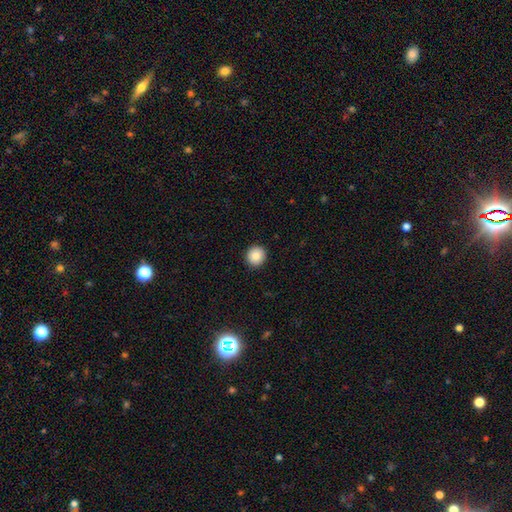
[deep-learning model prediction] smooth-or-featured: smooth: 87% | star or artifact: 9% | featured or disk: 4%
  how-rounded: round: 92% | in between: 7% | cigar-shaped: 1%
  merging: none: 92% | minor disturbance: 5% | major disturbance: 2% | merger: 1%